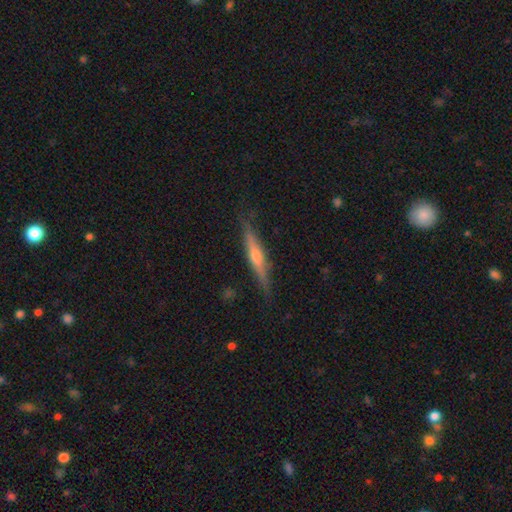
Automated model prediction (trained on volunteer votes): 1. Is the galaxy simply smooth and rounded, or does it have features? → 64% featured or disk, 30% smooth, 6% star or artifact.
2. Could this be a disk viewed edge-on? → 96% yes, 4% no.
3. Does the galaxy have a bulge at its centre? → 79% rounded, 14% none, 7% boxy.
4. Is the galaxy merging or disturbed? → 86% none, 11% minor disturbance, 2% major disturbance, 1% merger.